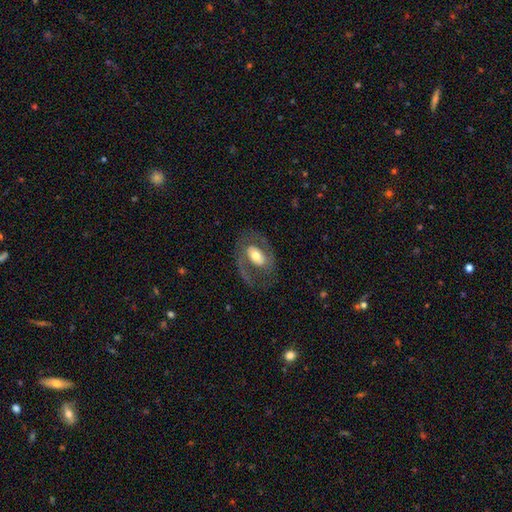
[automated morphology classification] This appears to be a featured or disk galaxy (61%) with no bar (54%), spiral arms (51%) and a moderate central bulge (61%). Merging: none (67%).